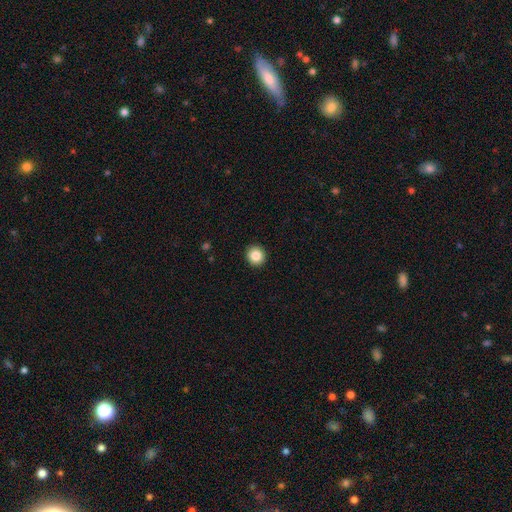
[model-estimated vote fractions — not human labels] A smooth galaxy with no disk features (86%) that is round (90%). Merging: none (93%).